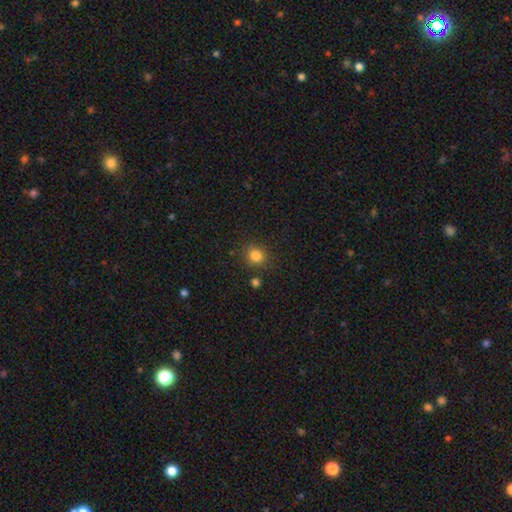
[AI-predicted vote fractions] smooth 83%, star or artifact 12%, featured or disk 5%. Down the decision tree: how rounded — round (81%); merging — none (82%).